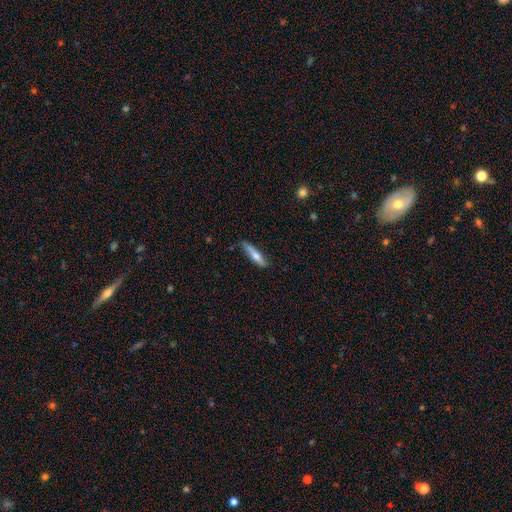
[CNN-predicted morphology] smooth-or-featured: smooth: 60% | featured or disk: 34% | star or artifact: 6%
  how-rounded: cigar-shaped: 81% | in between: 17% | round: 2%
  merging: none: 69% | minor disturbance: 24% | major disturbance: 4% | merger: 2%